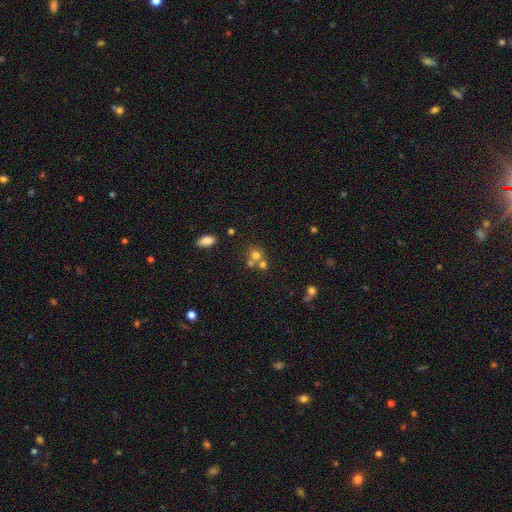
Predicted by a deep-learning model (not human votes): This is likely a smooth galaxy (67%). How rounded: clearly round (81%). Merging: possibly merger (47%).